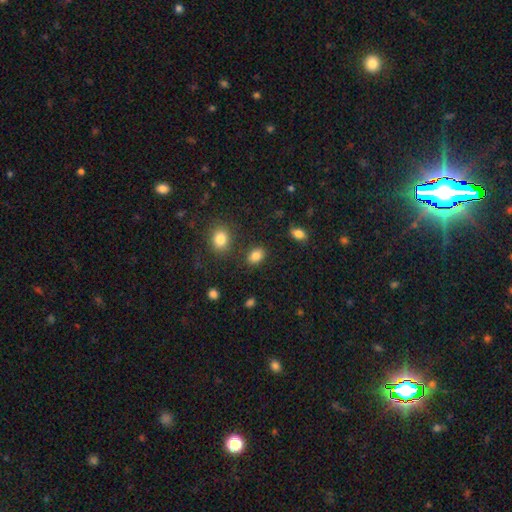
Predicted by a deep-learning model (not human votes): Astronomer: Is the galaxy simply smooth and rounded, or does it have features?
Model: smooth — 85%.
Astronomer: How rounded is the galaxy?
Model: in between — 74%.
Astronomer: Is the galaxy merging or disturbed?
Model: none — 83%.